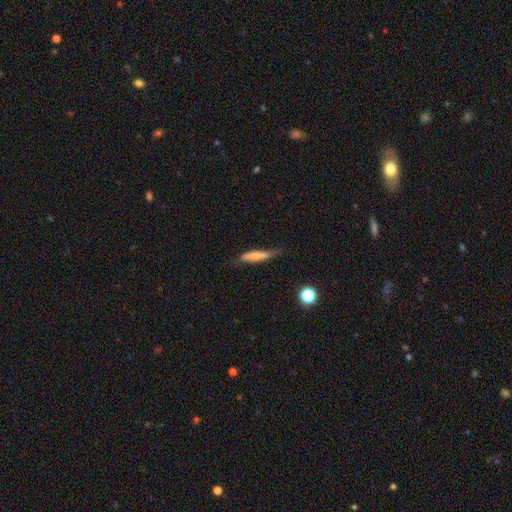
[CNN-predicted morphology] Smooth or featured?
  - smooth: 62% *
  - featured or disk: 31%
  - star or artifact: 7%
How rounded?
  - cigar-shaped: 83% *
  - in between: 14%
  - round: 2%
Merging?
  - none: 62% *
  - minor disturbance: 28%
  - major disturbance: 7%
  - merger: 3%